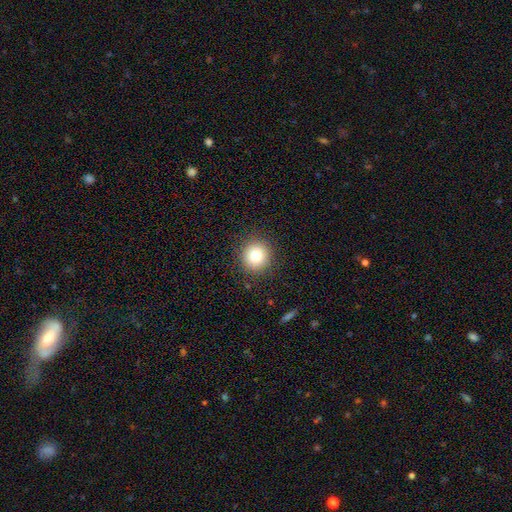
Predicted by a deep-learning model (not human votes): A smooth galaxy with no disk features (81%) that is round (91%). Merging: none (90%).